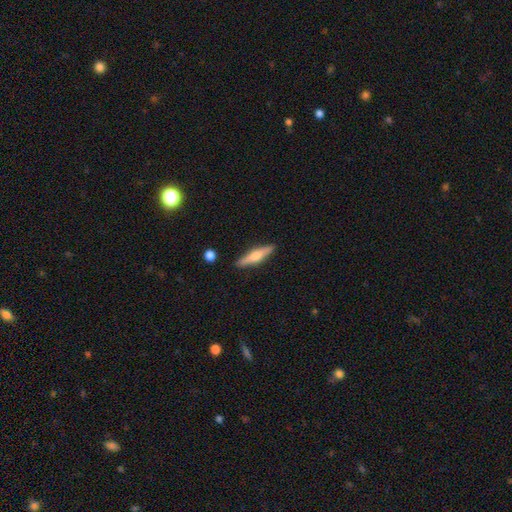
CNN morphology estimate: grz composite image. It shows a featured or disk galaxy (47%, tied with smooth). Merging: none (88%).